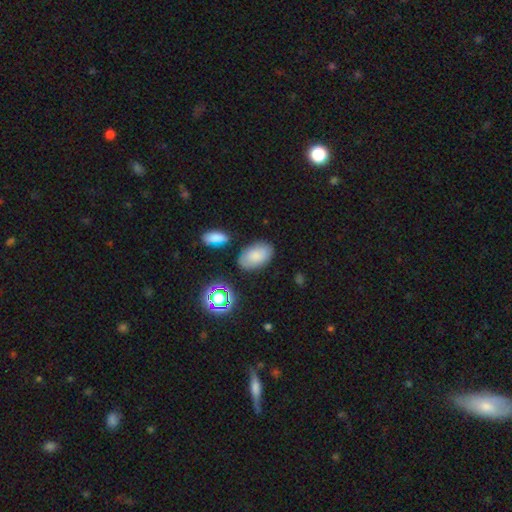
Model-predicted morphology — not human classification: This is likely a smooth galaxy (79%). How rounded: clearly in between (93%). Merging: likely none (80%).